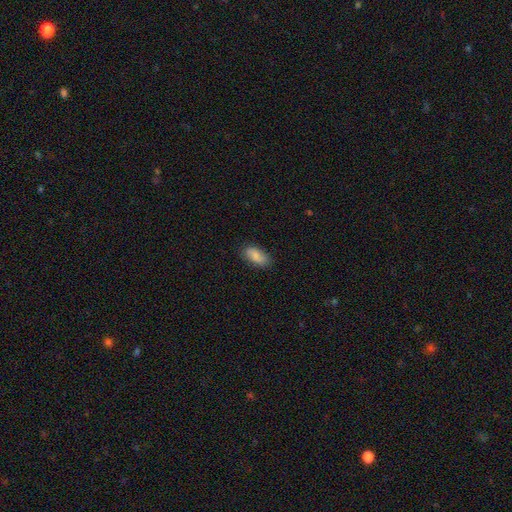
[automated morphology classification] Smooth or featured?
  - smooth: 86% *
  - featured or disk: 8%
  - star or artifact: 7%
How rounded?
  - in between: 91% *
  - cigar-shaped: 6%
  - round: 3%
Merging?
  - none: 81% *
  - minor disturbance: 15%
  - major disturbance: 3%
  - merger: 1%